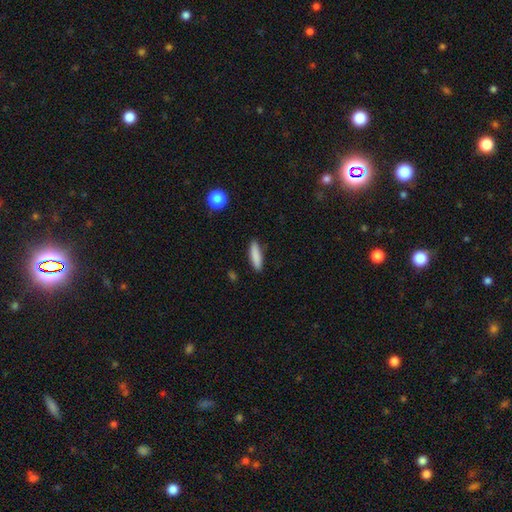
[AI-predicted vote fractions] Smooth or featured? smooth (86%)
How rounded? cigar-shaped (69%)
Merging? none (88%)